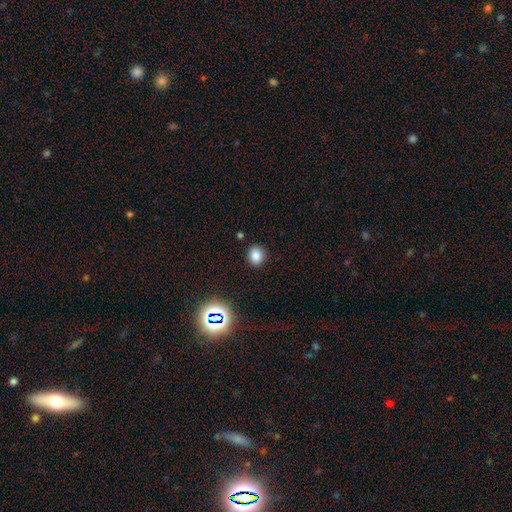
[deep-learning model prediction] smooth-or-featured: smooth: 80% | star or artifact: 14% | featured or disk: 6%
  how-rounded: round: 63% | in between: 36% | cigar-shaped: 1%
  merging: none: 89% | minor disturbance: 7% | major disturbance: 2% | merger: 2%